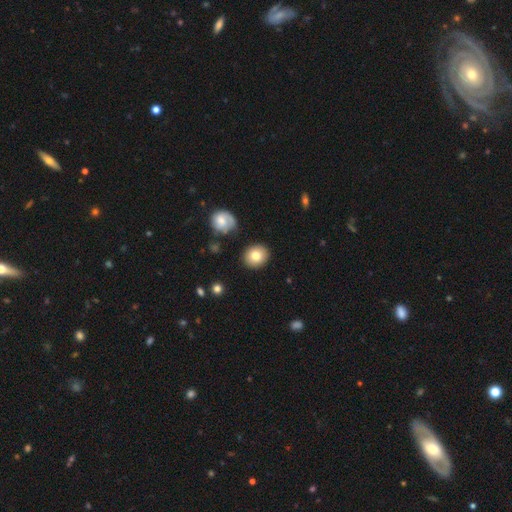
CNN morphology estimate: Smooth or featured: smooth — 79% (featured or disk — 12%)
How rounded: round — 78% (in between — 21%)
Merging: none — 88% (minor disturbance — 8%)